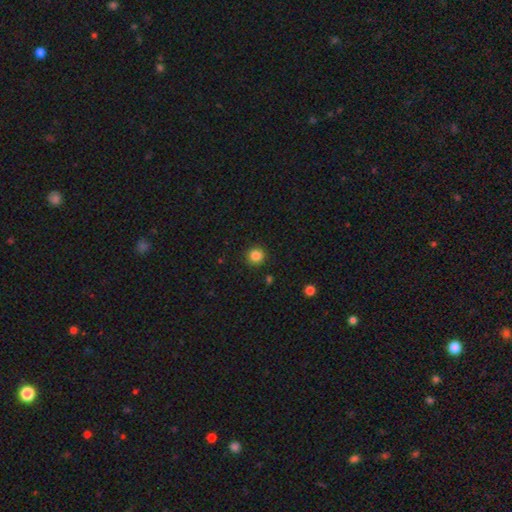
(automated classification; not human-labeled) smooth 85%, star or artifact 11%, featured or disk 4%. Down the decision tree: how rounded — round (92%); merging — none (91%).